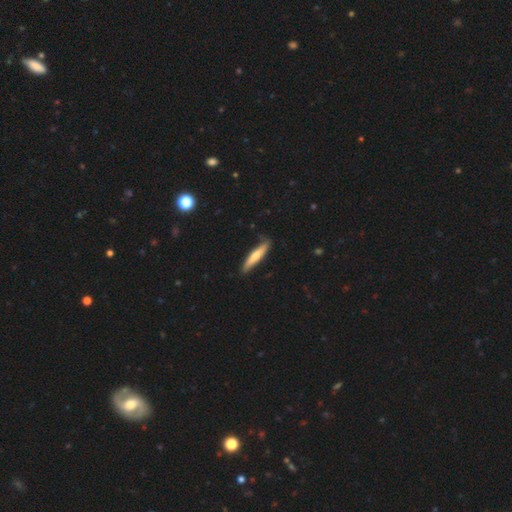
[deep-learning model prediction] The model was most divided on "smooth or featured": smooth: 62%, featured or disk: 33%, star or artifact: 5%. More confident: how rounded — cigar-shaped (88%); merging — none (82%).